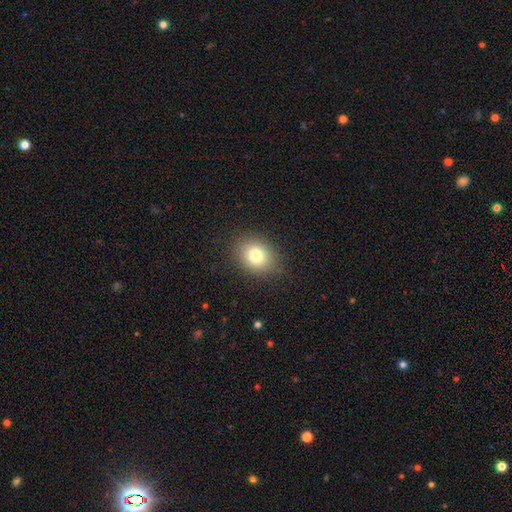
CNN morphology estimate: The model was most divided on "how rounded": round: 53%, in between: 46%, cigar-shaped: 1%. More confident: merging — none (87%); smooth or featured — smooth (80%).